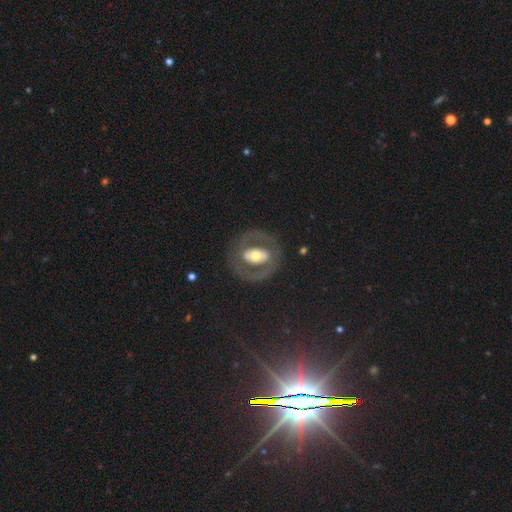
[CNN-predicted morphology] Q: Smooth or featured?
A: featured or disk (69%); runner-up: smooth (25%)
Q: Edge-on disk?
A: no (94%); runner-up: yes (6%)
Q: Bar?
A: no (44%); runner-up: strong (30%)
Q: Spiral arms?
A: no (58%); runner-up: yes (42%)
Q: Bulge size?
A: moderate (62%); runner-up: large (22%)
Q: Merging?
A: none (76%); runner-up: minor disturbance (12%)